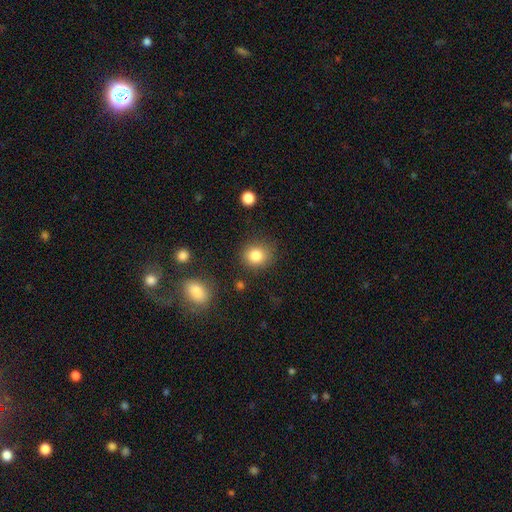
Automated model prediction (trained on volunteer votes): This is clearly a smooth galaxy (84%). How rounded: likely round (75%). Merging: clearly none (82%).